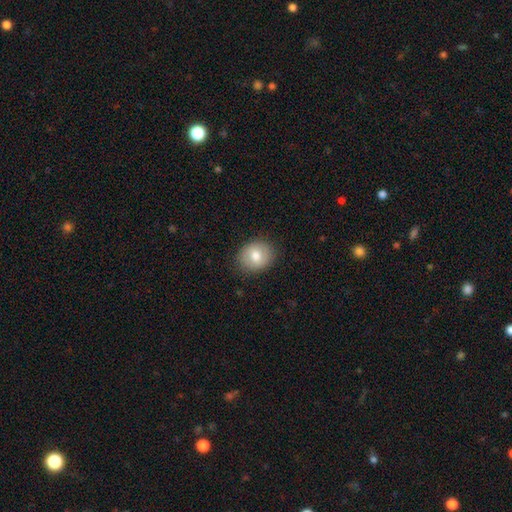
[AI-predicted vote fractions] smooth_or_featured: smooth (p=0.76) [alt: featured or disk p=0.16]
how_rounded: round (p=0.63) [alt: in between p=0.37]
merging: none (p=0.86) [alt: minor disturbance p=0.10]